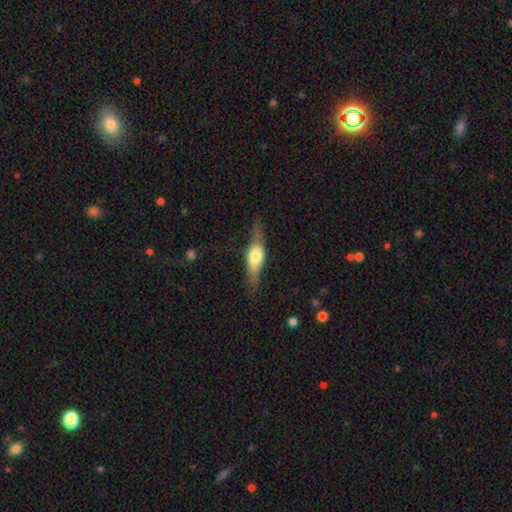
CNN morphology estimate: A featured or disk galaxy (54%) viewed edge-on (90%). Merging: none (77%).